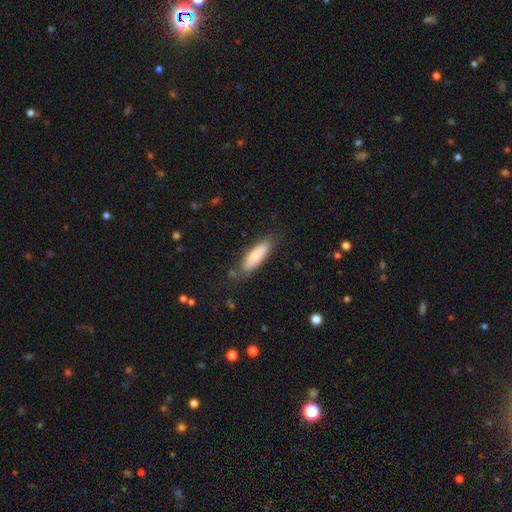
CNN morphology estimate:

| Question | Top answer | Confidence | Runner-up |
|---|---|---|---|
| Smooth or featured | smooth | 72% | featured or disk (22%) |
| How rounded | in between | 56% | cigar-shaped (42%) |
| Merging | none | 77% | minor disturbance (16%) |